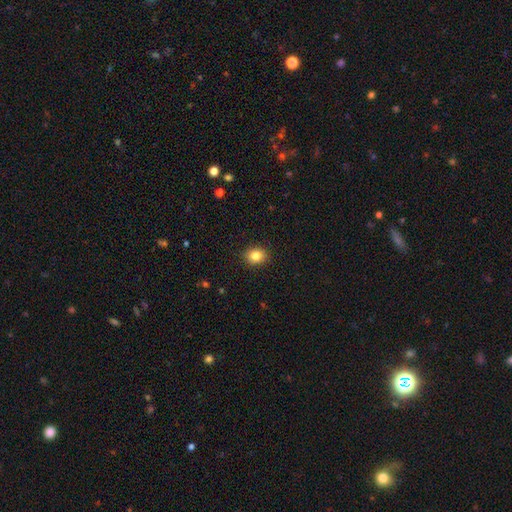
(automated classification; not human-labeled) This is clearly a smooth galaxy (84%). How rounded: likely round (61%). Merging: clearly none (90%).